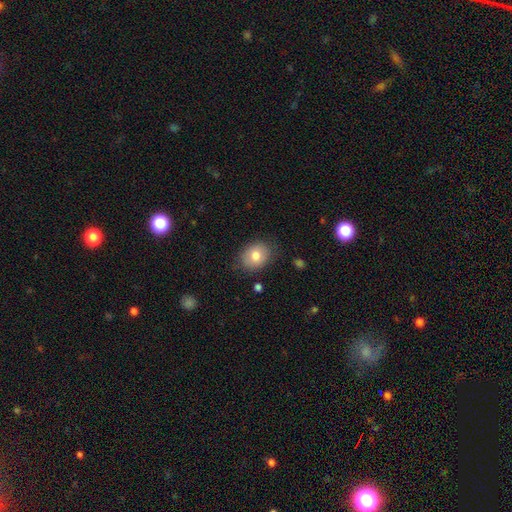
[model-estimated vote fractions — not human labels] This is likely a smooth galaxy (77%). How rounded: possibly in between (51%). Merging: clearly none (81%).